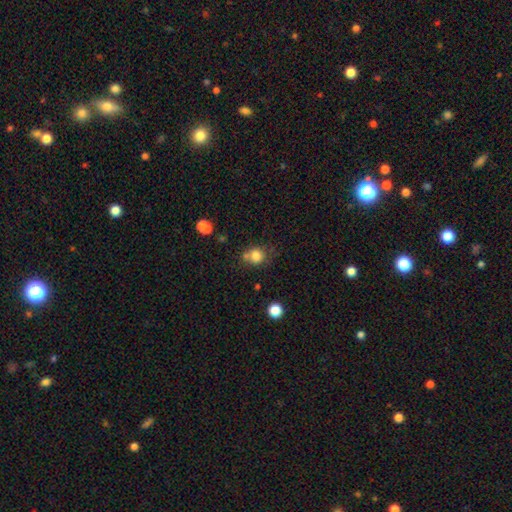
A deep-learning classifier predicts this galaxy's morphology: Overall: smooth (80%). How rounded: round (81%). Merging: none (56%; merger 23%).